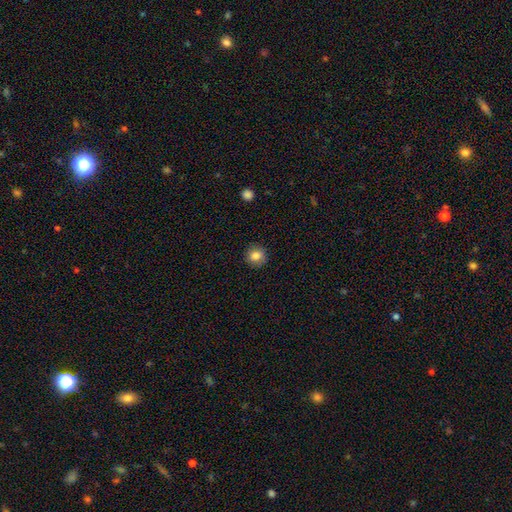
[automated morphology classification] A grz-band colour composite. It shows a smooth galaxy with no disk features (83%) that is round (90%). Merging: none (90%).